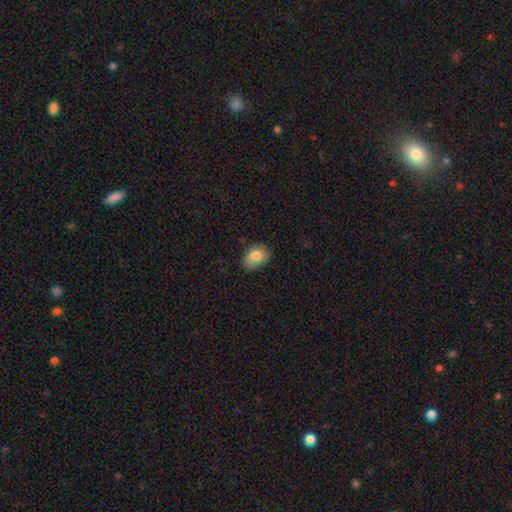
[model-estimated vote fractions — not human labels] A smooth galaxy with no disk features (82%) that is in between round and cigar-shaped (75%). Merging: none (75%).